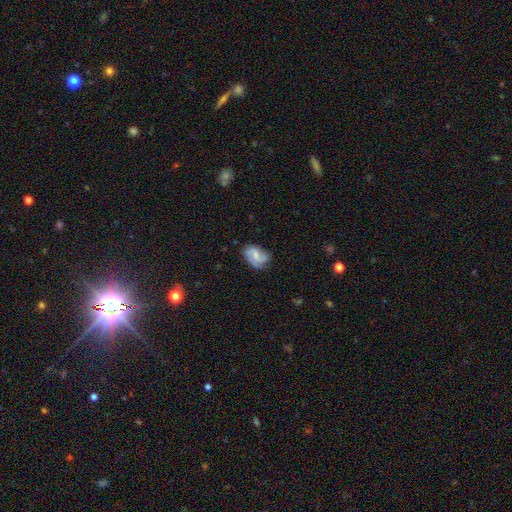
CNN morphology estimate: A featured or disk galaxy (60%) with a weak bar (46%), 2 (57%) medium (43%) spiral arms (89%) and a small central bulge (45%).

Vote fractions:
- Smooth or featured? featured or disk: 60% / smooth: 32% / star or artifact: 8%
- Edge-on disk? no: 97% / yes: 3%
- Bar? weak: 46% / no: 41% / strong: 13%
- Spiral arms? yes: 89% / no: 11%
- Spiral winding? medium: 43% / loose: 35% / tight: 23%
- Spiral arm count? 2: 57% / 3: 17% / can't tell: 15% / 1: 5% / 4: 3% / more than 4: 2%
- Bulge size? small: 45% / moderate: 36% / none: 15% / large: 3% / dominant: 1%
- Merging? none: 62% / minor disturbance: 25% / major disturbance: 10% / merger: 2%